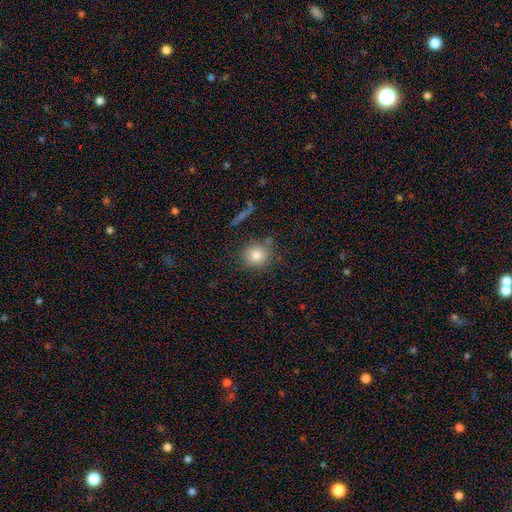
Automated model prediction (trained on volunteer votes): Smooth or featured? smooth (81%)
How rounded? round (87%)
Merging? none (81%)